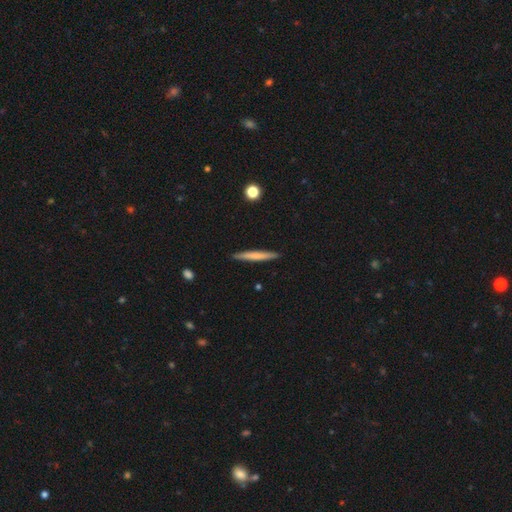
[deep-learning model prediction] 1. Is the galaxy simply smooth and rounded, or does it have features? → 64% smooth, 31% featured or disk, 5% star or artifact.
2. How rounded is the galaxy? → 96% cigar-shaped, 3% in between, 1% round.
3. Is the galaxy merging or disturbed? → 91% none, 6% minor disturbance, 1% major disturbance, 1% merger.